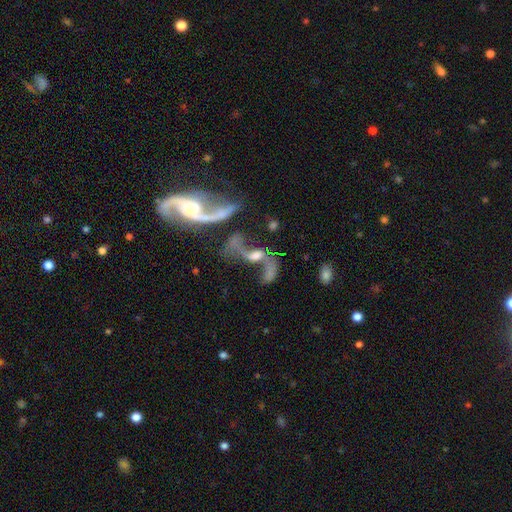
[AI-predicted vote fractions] Smooth or featured? Predicted: featured or disk (p=0.72). Edge-on disk? Predicted: no (p=0.92). Bar? Predicted: no (p=0.47). Spiral arms? Predicted: yes (p=0.79). Spiral winding? Predicted: loose (p=0.91). Spiral arm count? Predicted: 2 (p=0.86). Bulge size? Predicted: moderate (p=0.34). Merging? Predicted: merger (p=0.38).